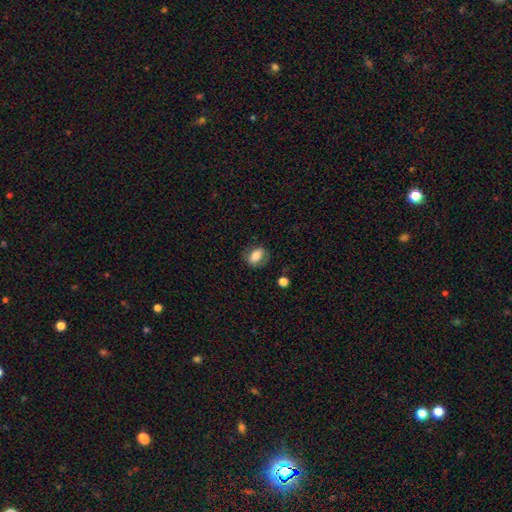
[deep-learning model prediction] Morphology: type=smooth (76%); roundness=in between (80%); merging=none (71%).